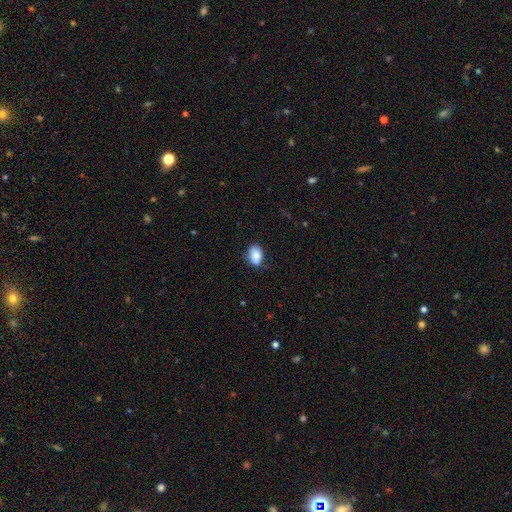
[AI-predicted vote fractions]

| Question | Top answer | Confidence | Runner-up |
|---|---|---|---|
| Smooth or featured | smooth | 82% | featured or disk (10%) |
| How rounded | in between | 84% | round (14%) |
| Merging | none | 74% | minor disturbance (21%) |